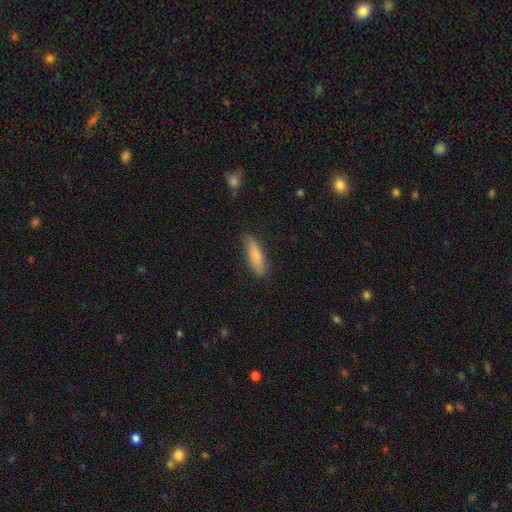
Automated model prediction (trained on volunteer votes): smooth_or_featured: smooth (p=0.81) [alt: featured or disk p=0.13]
how_rounded: cigar-shaped (p=0.63) [alt: in between p=0.35]
merging: none (p=0.83) [alt: minor disturbance p=0.14]